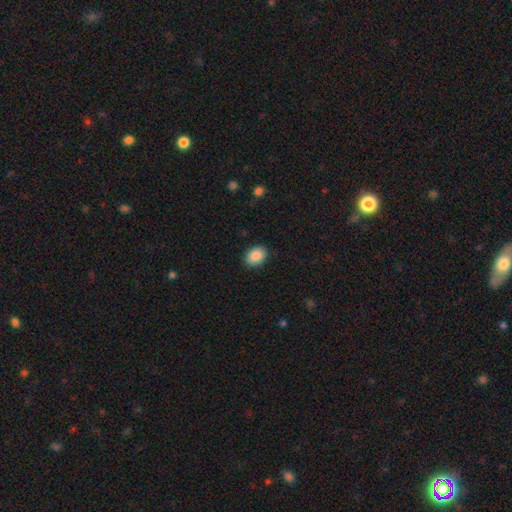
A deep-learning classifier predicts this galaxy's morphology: This appears to be a smooth galaxy with no disk features (89%) that is in between round and cigar-shaped (68%). Merging: none (88%).